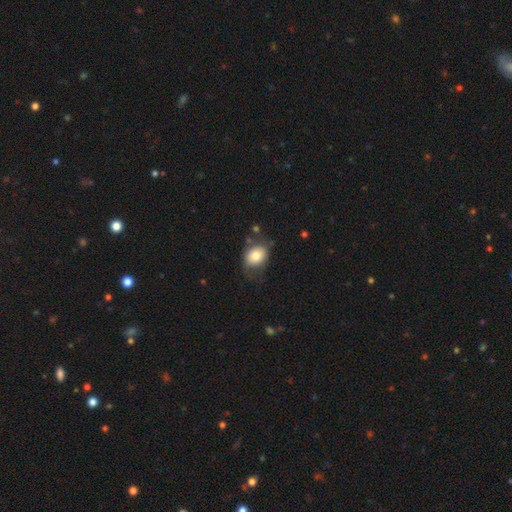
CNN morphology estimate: Smooth or featured? Predicted: smooth (p=0.78). How rounded? Predicted: in between (p=0.54). Merging? Predicted: none (p=0.54).